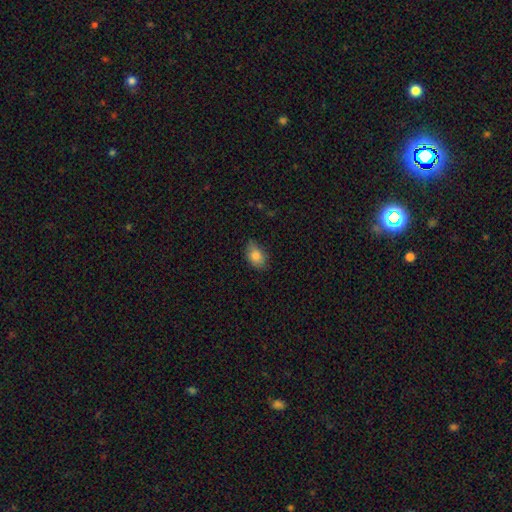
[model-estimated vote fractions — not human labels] smooth 82%, featured or disk 9%, star or artifact 9%. Down the decision tree: how rounded — in between (81%); merging — none (66%).